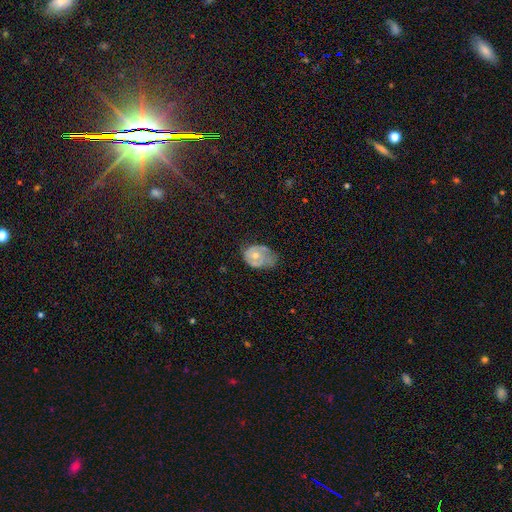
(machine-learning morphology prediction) smooth-or-featured: featured or disk: 49% | smooth: 43% | star or artifact: 8%
  merging: minor disturbance: 41% | major disturbance: 30% | none: 27% | merger: 2%